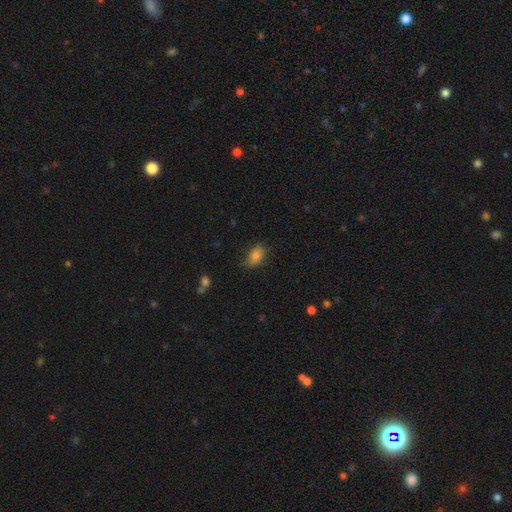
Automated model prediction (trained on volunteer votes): The model was most divided on "merging": none: 75%, minor disturbance: 20%, major disturbance: 4%, merger: 1%. More confident: how rounded — in between (88%); smooth or featured — smooth (77%).